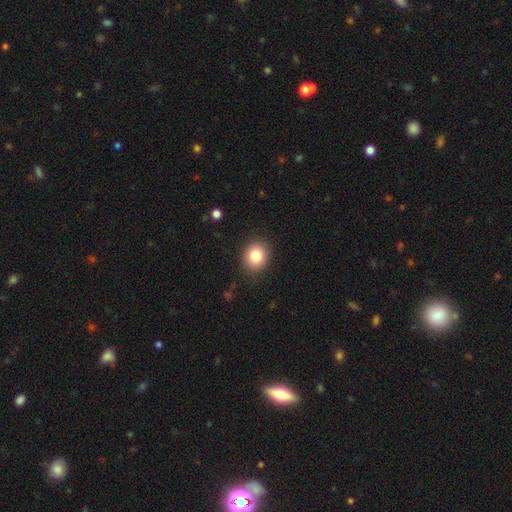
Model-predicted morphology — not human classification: This is clearly a smooth galaxy (83%). How rounded: likely round (65%). Merging: clearly none (87%).